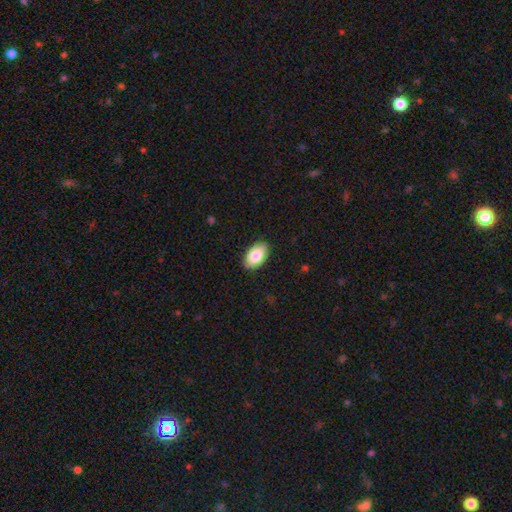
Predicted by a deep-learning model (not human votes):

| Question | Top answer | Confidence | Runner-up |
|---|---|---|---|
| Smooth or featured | smooth | 83% | featured or disk (10%) |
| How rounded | in between | 94% | round (5%) |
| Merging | none | 89% | minor disturbance (9%) |